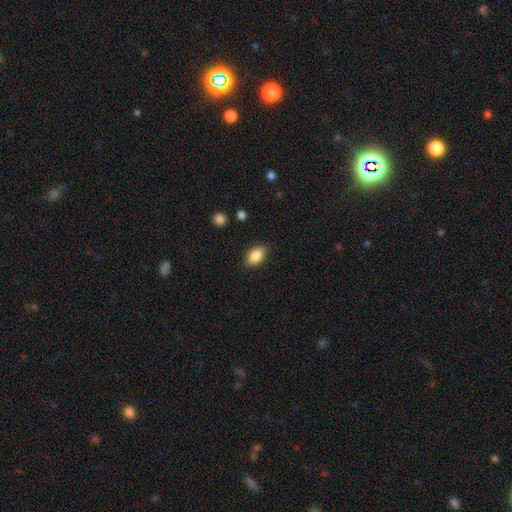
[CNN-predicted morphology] Smooth or featured? Predicted: smooth (p=0.86). How rounded? Predicted: in between (p=0.89). Merging? Predicted: none (p=0.86).